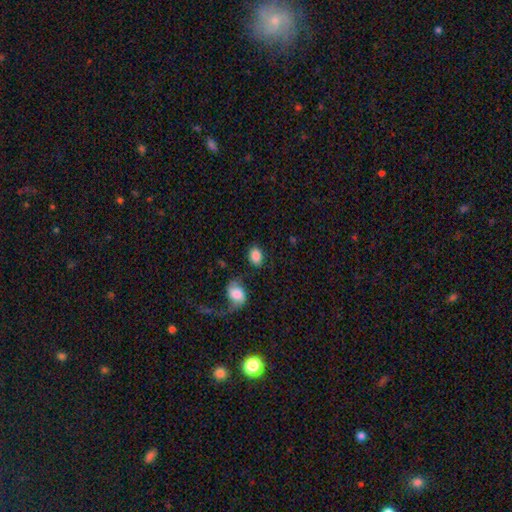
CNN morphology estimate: type=smooth (84%); roundness=in between (77%); merging=none (73%).